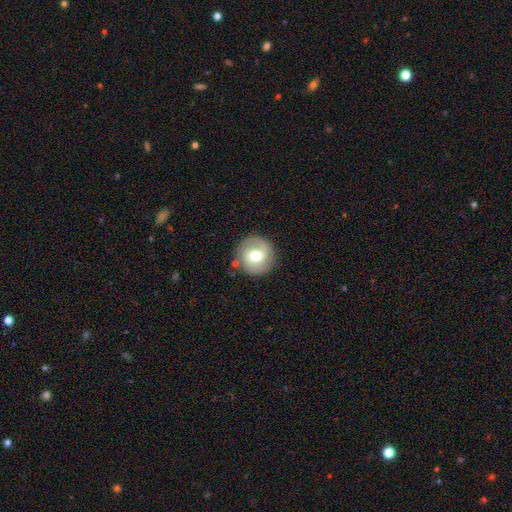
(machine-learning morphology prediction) A smooth galaxy with no disk features (48%). Merging: none (82%).